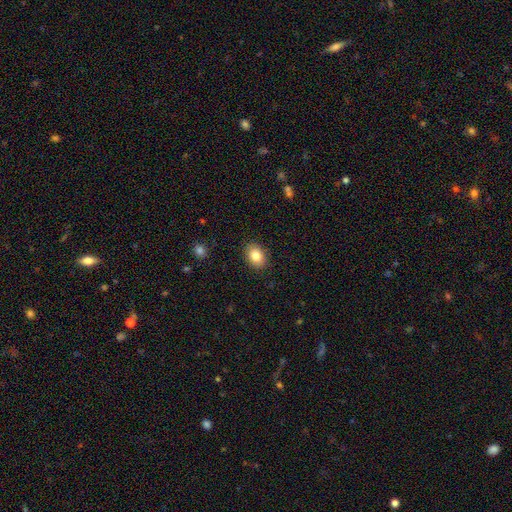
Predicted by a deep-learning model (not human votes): Smooth or featured? smooth (84%)
How rounded? in between (71%)
Merging? none (88%)